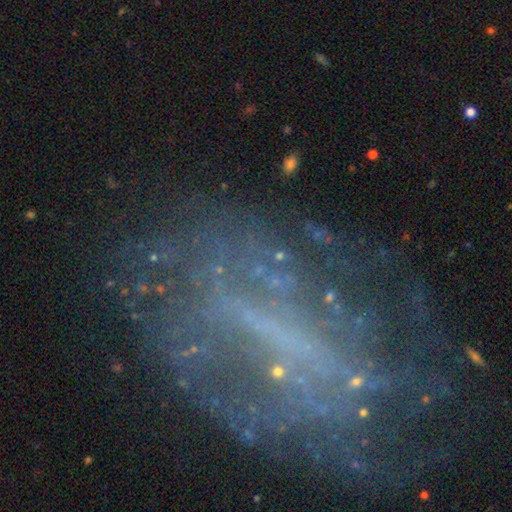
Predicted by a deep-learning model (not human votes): A featured or disk galaxy (63%) with no bar (43%), no spiral arms (58%) and no central bulge (55%). Merging: none (57%).